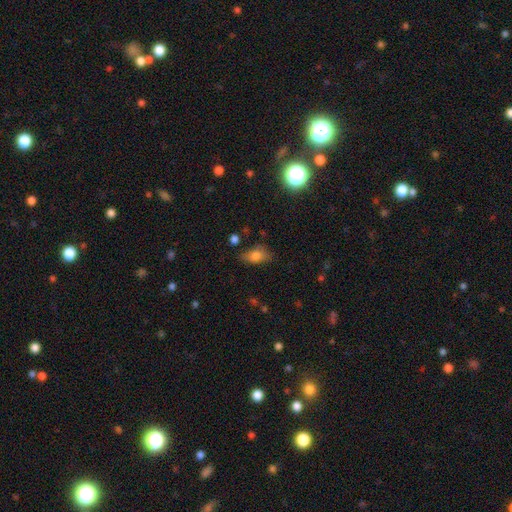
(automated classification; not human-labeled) This appears to be a smooth galaxy with no disk features (77%) that is in between round and cigar-shaped (86%). Merging: none (66%).